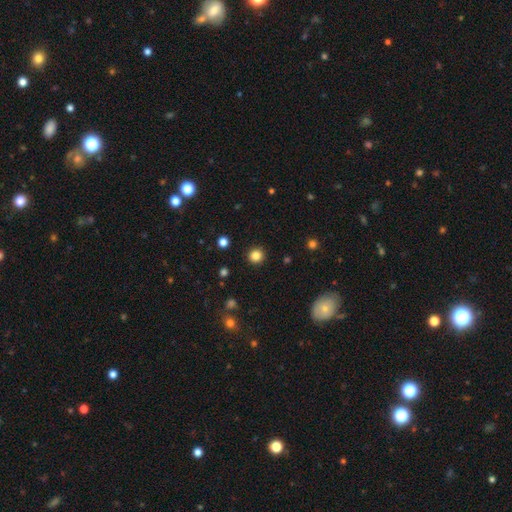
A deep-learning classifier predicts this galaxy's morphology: Smooth or featured? smooth (84%)
How rounded? round (94%)
Merging? none (92%)